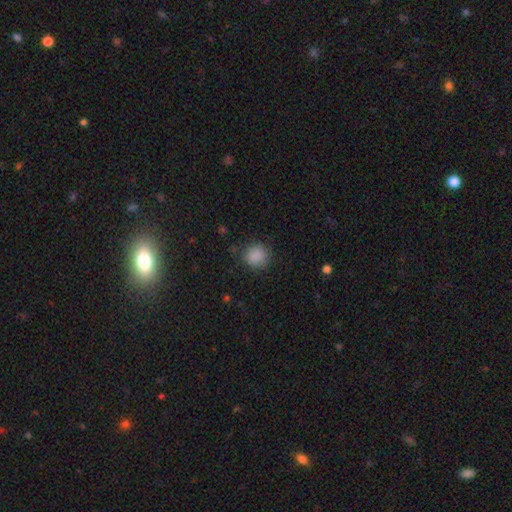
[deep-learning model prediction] Smooth or featured?
  - smooth: 86% *
  - star or artifact: 10%
  - featured or disk: 4%
How rounded?
  - round: 88% *
  - in between: 11%
  - cigar-shaped: 1%
Merging?
  - none: 85% *
  - minor disturbance: 10%
  - major disturbance: 4%
  - merger: 1%